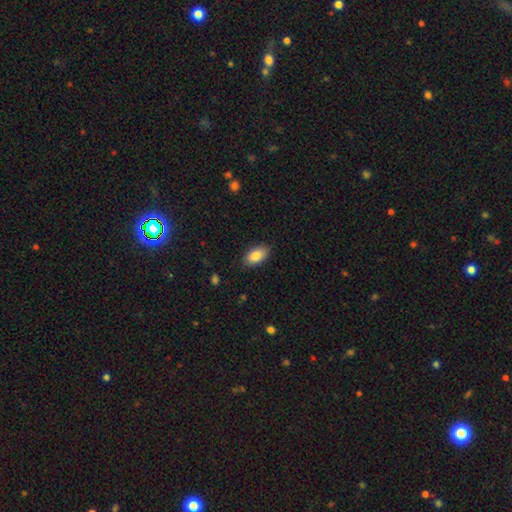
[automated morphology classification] smooth 86%, featured or disk 7%, star or artifact 7%. Down the decision tree: how rounded — in between (93%); merging — none (85%).